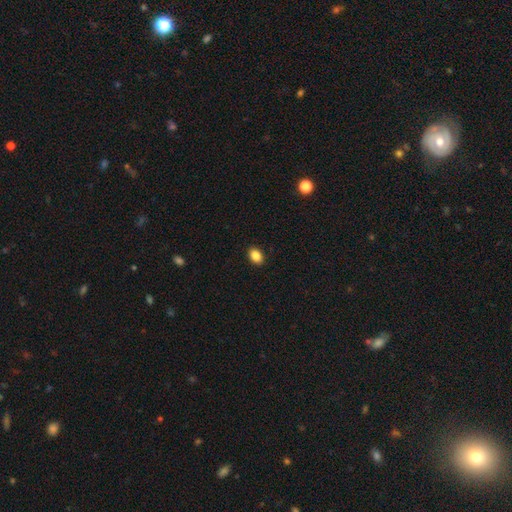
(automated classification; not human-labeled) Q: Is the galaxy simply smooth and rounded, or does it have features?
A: smooth — 87%.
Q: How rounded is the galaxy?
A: in between — 76%.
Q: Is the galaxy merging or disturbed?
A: none — 91%.